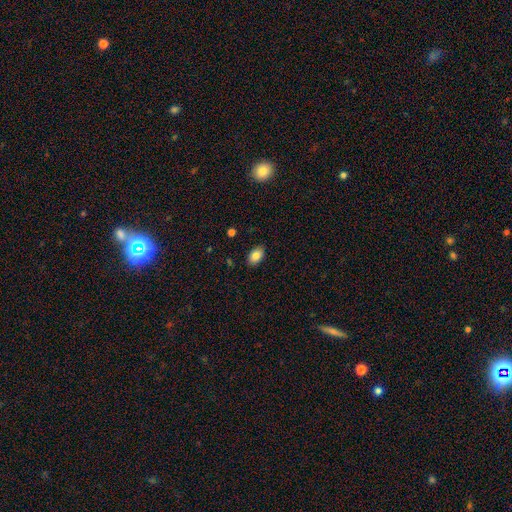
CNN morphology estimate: smooth-or-featured: smooth: 84% | star or artifact: 8% | featured or disk: 8%
  how-rounded: in between: 90% | round: 8% | cigar-shaped: 1%
  merging: none: 88% | minor disturbance: 9% | major disturbance: 2% | merger: 1%